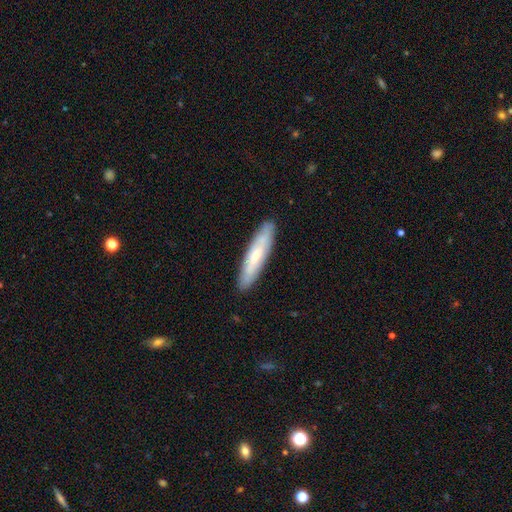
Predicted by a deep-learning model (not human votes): smooth_or_featured: smooth (p=0.55) [alt: featured or disk p=0.40]
how_rounded: cigar-shaped (p=0.82) [alt: in between p=0.17]
merging: none (p=0.88) [alt: minor disturbance p=0.09]